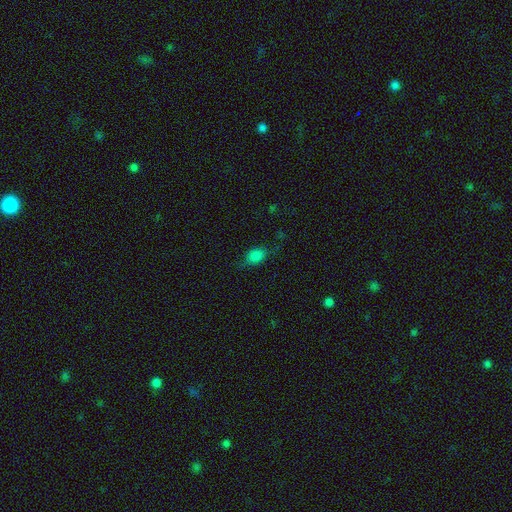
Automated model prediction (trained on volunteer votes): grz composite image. It shows a smooth galaxy with no disk features (78%) that is in between round and cigar-shaped (73%). Merging: none (62%).